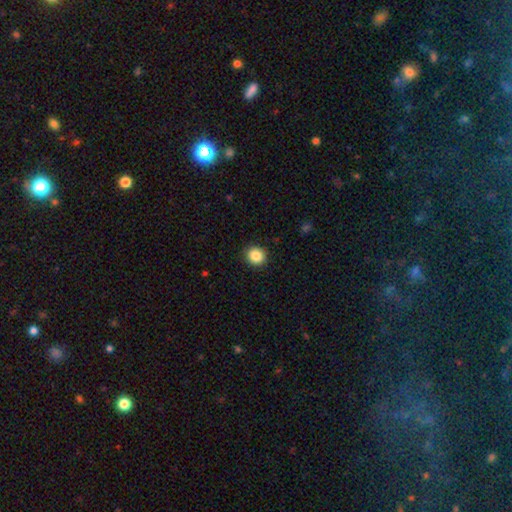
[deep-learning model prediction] Smooth or featured: smooth — 87% (star or artifact — 10%)
How rounded: round — 86% (in between — 13%)
Merging: none — 91% (minor disturbance — 6%)